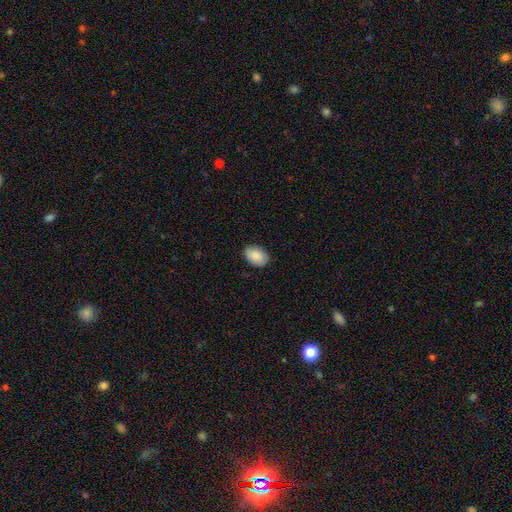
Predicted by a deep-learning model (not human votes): smooth_or_featured: smooth (p=0.88) [alt: star or artifact p=0.06]
how_rounded: in between (p=0.89) [alt: round p=0.10]
merging: none (p=0.86) [alt: minor disturbance p=0.11]